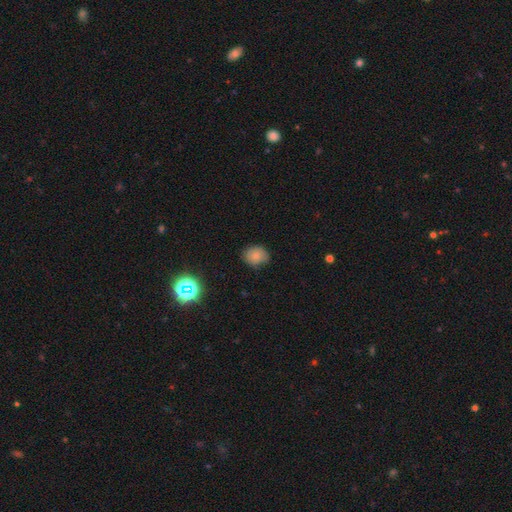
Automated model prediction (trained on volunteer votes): smooth-or-featured: smooth: 75% | star or artifact: 13% | featured or disk: 12%
  how-rounded: round: 57% | in between: 42% | cigar-shaped: 1%
  merging: none: 78% | minor disturbance: 18% | major disturbance: 3% | merger: 1%